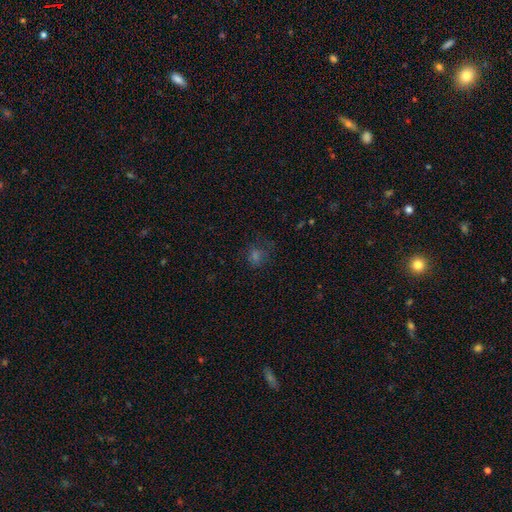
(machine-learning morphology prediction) smooth-or-featured: smooth: 51% | star or artifact: 34% | featured or disk: 15%
  how-rounded: round: 76% | in between: 23% | cigar-shaped: 1%
  merging: none: 67% | minor disturbance: 17% | major disturbance: 14% | merger: 2%